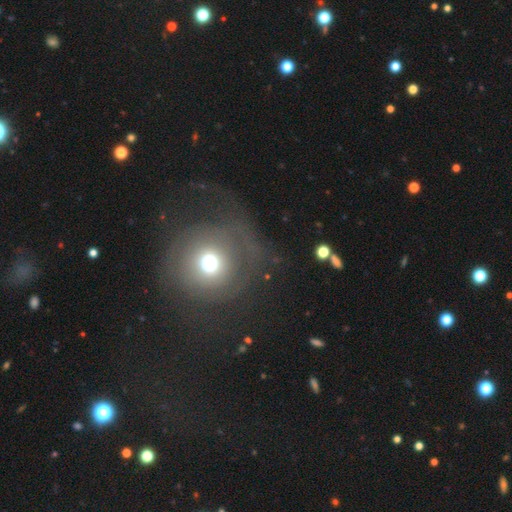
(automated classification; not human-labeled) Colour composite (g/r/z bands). It shows a smooth galaxy with no disk features (52%) that is round (92%). Merging: none (51%).